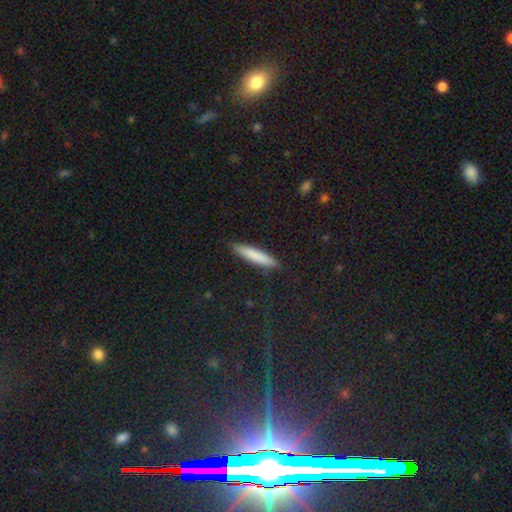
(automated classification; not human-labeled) A smooth galaxy with no disk features (82%) that is cigar-shaped (88%). Merging: none (88%).